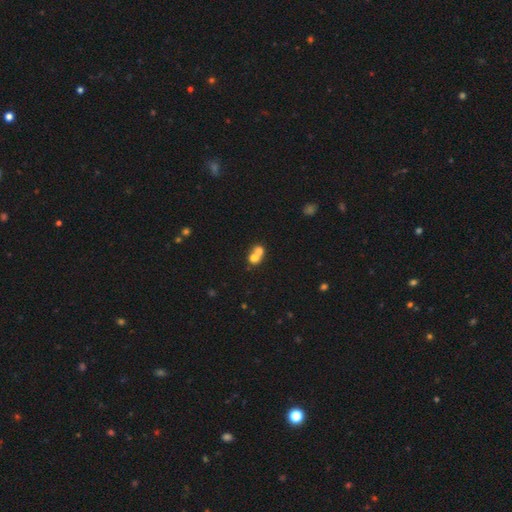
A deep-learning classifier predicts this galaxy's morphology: Q: Smooth or featured?
A: smooth (70%); runner-up: featured or disk (19%)
Q: How rounded?
A: round (72%); runner-up: in between (27%)
Q: Merging?
A: merger (69%); runner-up: none (24%)